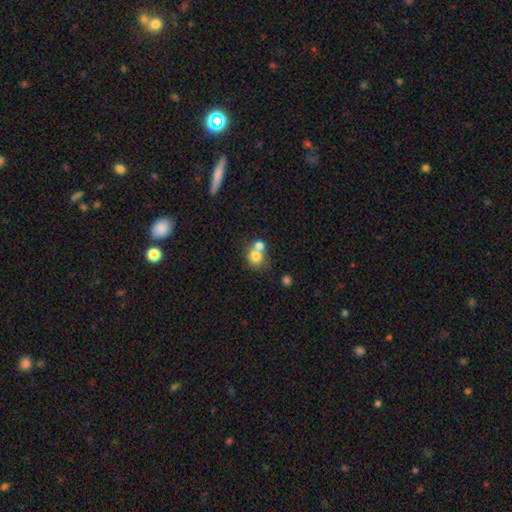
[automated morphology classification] A smooth galaxy with no disk features (76%) that is round (76%). Merging: merger (51%).